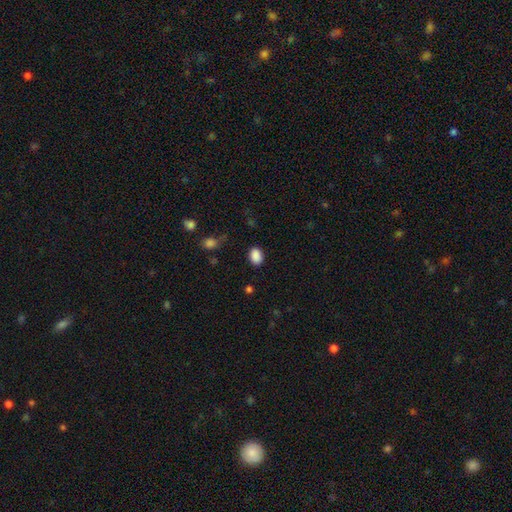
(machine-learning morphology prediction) smooth_or_featured: smooth (p=0.89) [alt: star or artifact p=0.08]
how_rounded: in between (p=0.76) [alt: round p=0.23]
merging: none (p=0.85) [alt: minor disturbance p=0.10]